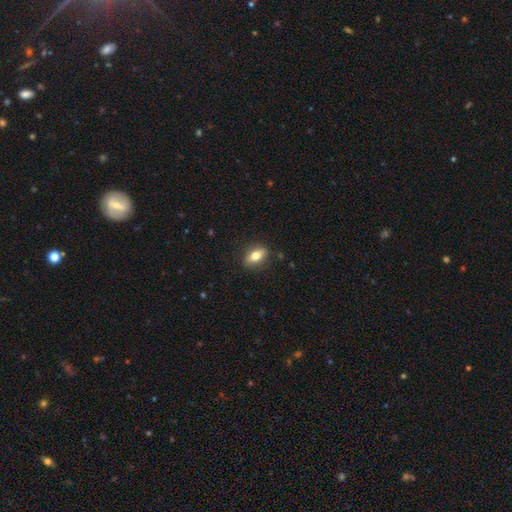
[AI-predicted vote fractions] Smooth or featured? Predicted: smooth (p=0.69). How rounded? Predicted: in between (p=0.77). Merging? Predicted: none (p=0.85).